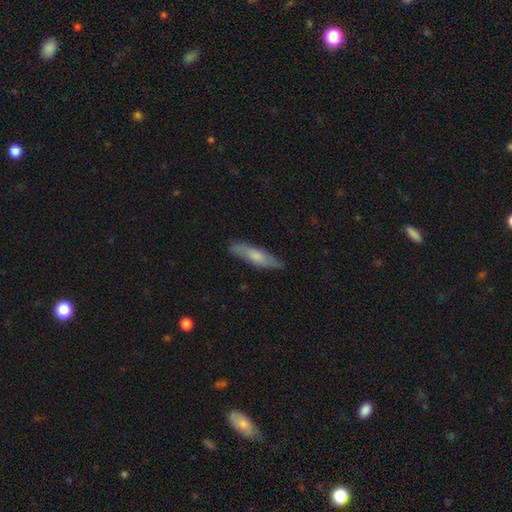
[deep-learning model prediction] Smooth or featured? Predicted: smooth (p=0.61). How rounded? Predicted: cigar-shaped (p=0.78). Merging? Predicted: none (p=0.83).